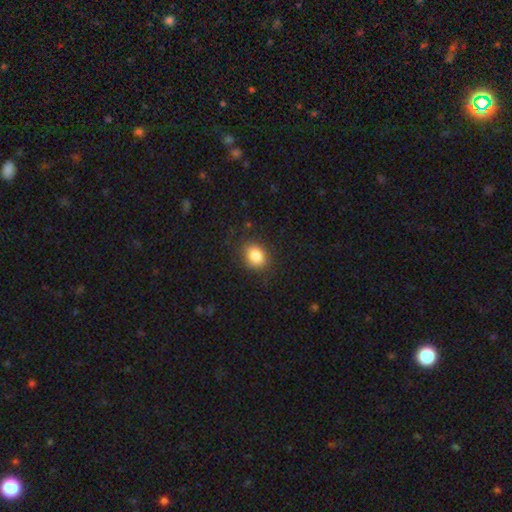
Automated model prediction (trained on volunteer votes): The model was most divided on "how rounded": in between: 53%, round: 46%, cigar-shaped: 1%. More confident: smooth or featured — smooth (85%); merging — none (82%).